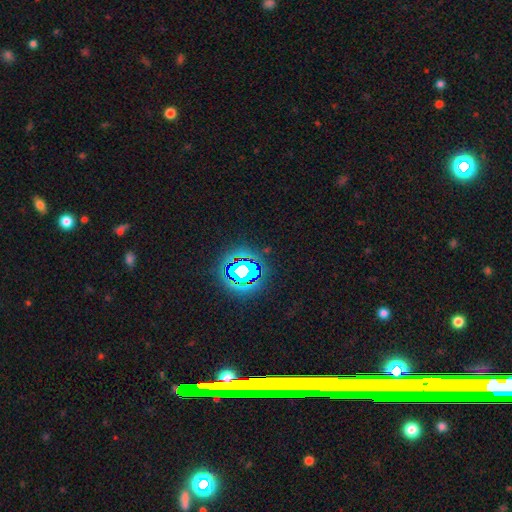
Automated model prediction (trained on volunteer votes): This is likely a star or artifact rather than a galaxy (73%).